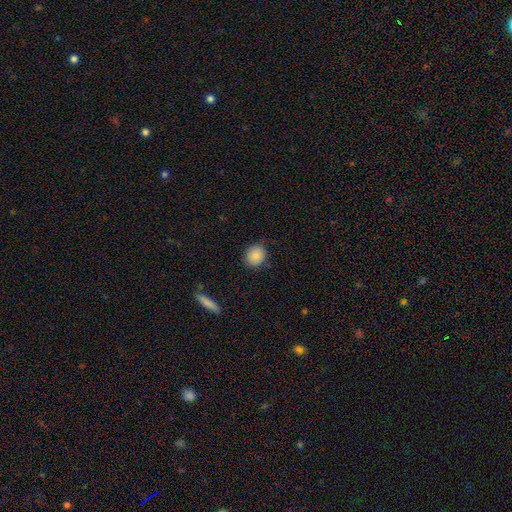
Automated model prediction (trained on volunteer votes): Overall: smooth (86%). How rounded: round (76%). Merging: none (84%).